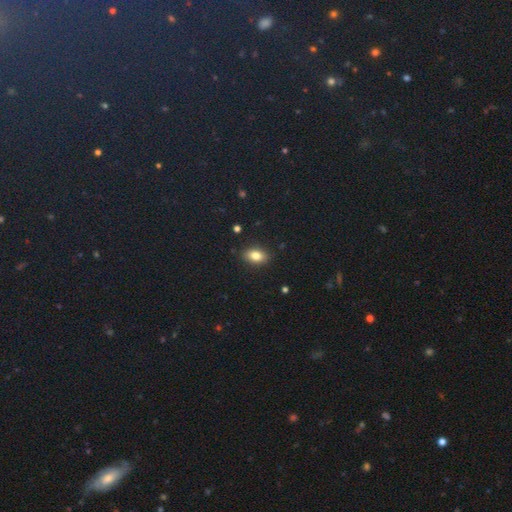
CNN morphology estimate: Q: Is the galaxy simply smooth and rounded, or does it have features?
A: smooth — 81%.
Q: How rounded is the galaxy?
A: in between — 86%.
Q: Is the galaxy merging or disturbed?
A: none — 88%.